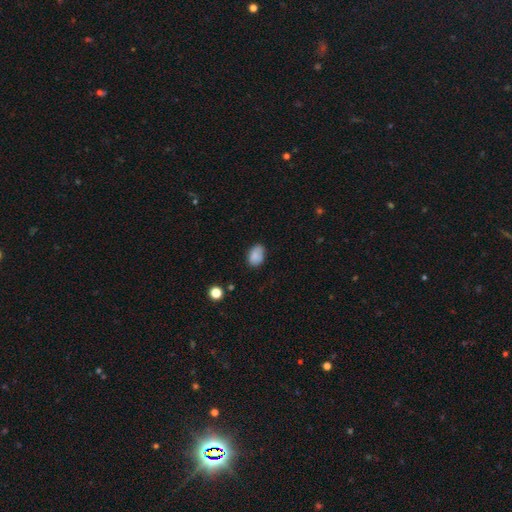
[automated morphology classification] Overall: smooth (83%). How rounded: in between (82%). Merging: none (70%).